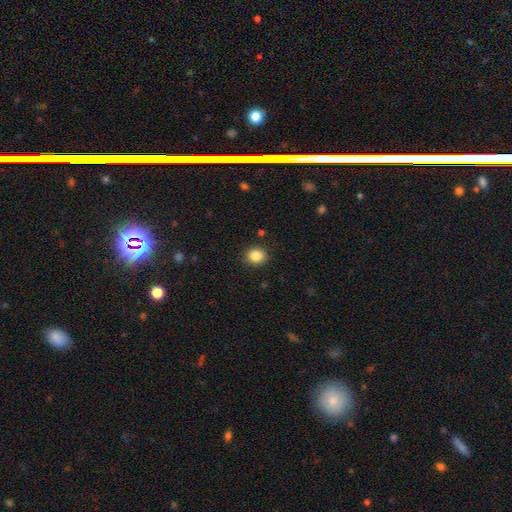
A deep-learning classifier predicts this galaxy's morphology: Q: Smooth or featured?
A: smooth (86%); runner-up: star or artifact (10%)
Q: How rounded?
A: round (74%); runner-up: in between (25%)
Q: Merging?
A: none (90%); runner-up: minor disturbance (7%)